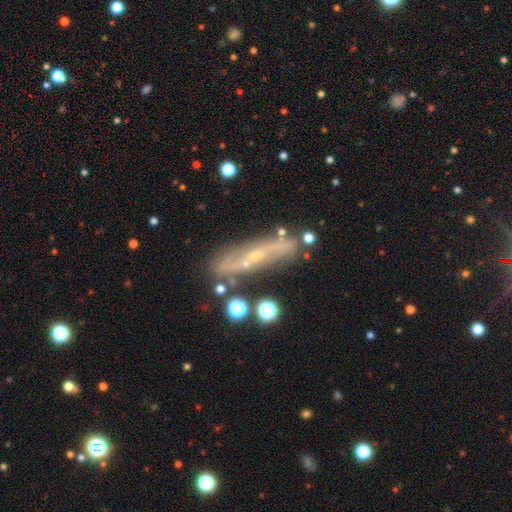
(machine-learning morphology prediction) A featured or disk galaxy (74%) with not edge-on (50%, tied with yes). Merging: none (73%).